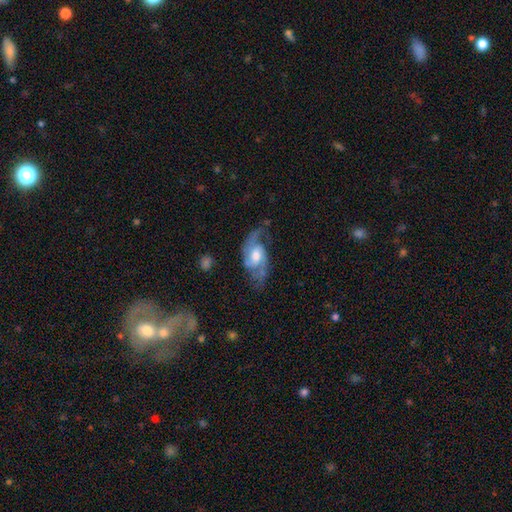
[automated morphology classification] The model was most divided on "spiral winding": medium: 47%, loose: 38%, tight: 15%. More confident: edge-on disk — no (95%); spiral arms — yes (95%); smooth or featured — featured or disk (84%); spiral arm count — 2 (83%); bulge size — moderate (62%); merging — none (61%); bar — no (53%).